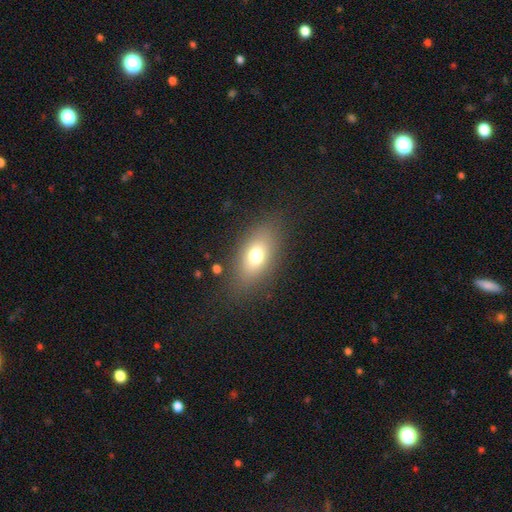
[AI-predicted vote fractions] Smooth or featured? smooth (72%)
How rounded? in between (82%)
Merging? none (81%)